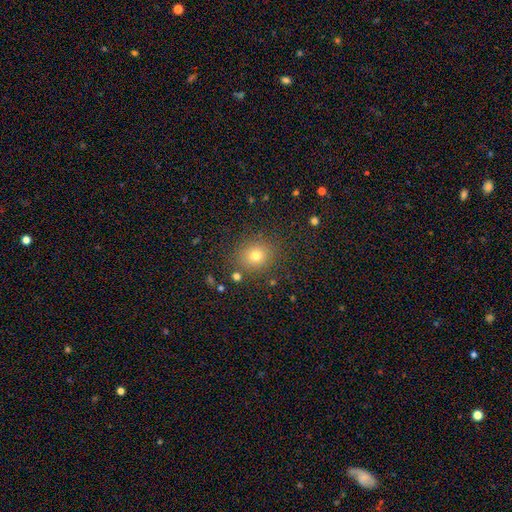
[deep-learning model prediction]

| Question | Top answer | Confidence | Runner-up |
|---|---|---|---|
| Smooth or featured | smooth | 73% | star or artifact (17%) |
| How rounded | round | 76% | in between (23%) |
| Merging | none | 85% | minor disturbance (9%) |